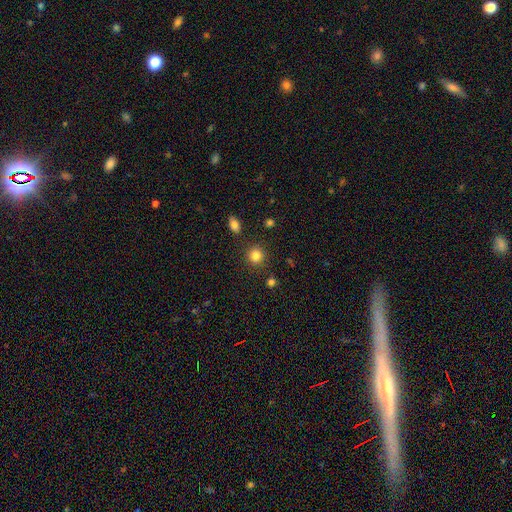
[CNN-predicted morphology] A smooth galaxy with no disk features (84%) that is round (90%). Merging: none (87%).